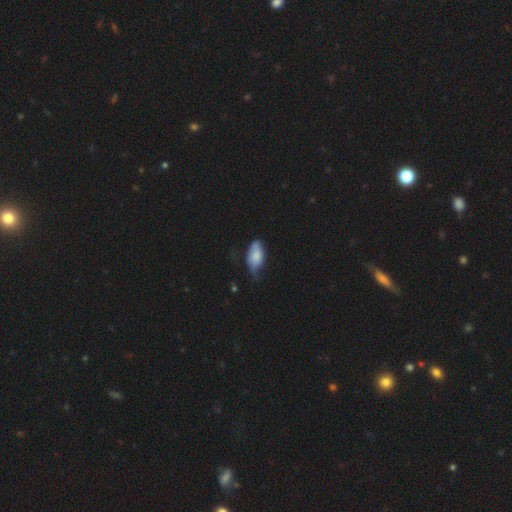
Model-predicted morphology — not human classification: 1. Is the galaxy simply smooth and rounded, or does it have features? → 76% smooth, 18% featured or disk, 7% star or artifact.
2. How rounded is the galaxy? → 90% in between, 7% cigar-shaped, 3% round.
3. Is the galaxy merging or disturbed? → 45% minor disturbance, 41% none, 12% major disturbance, 2% merger.